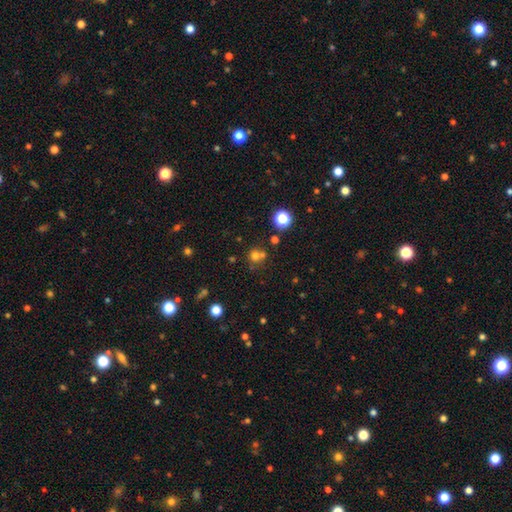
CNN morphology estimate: This appears to be a smooth galaxy with no disk features (66%) that is round (89%). Merging: none (57%).